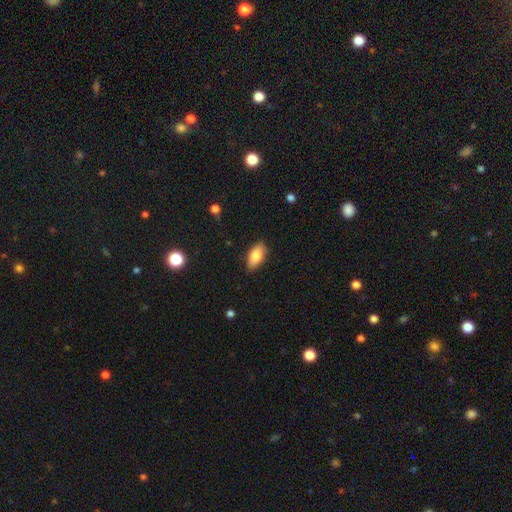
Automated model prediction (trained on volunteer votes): Smooth or featured? smooth (84%)
How rounded? in between (91%)
Merging? none (83%)